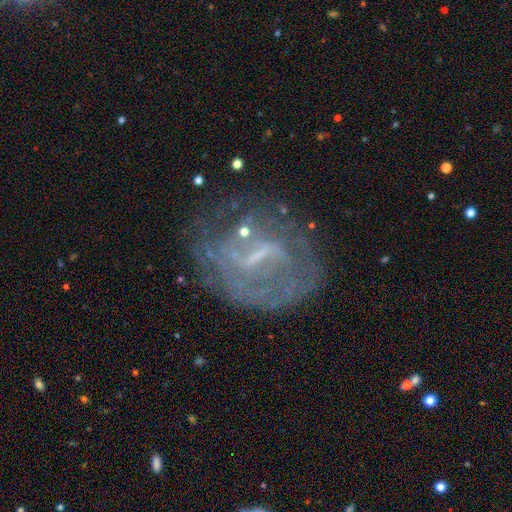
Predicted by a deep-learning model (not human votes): This appears to be a featured or disk galaxy (73%) with a weak bar (44%), spiral arms (63%) and a small central bulge (45%). Merging: none (58%).